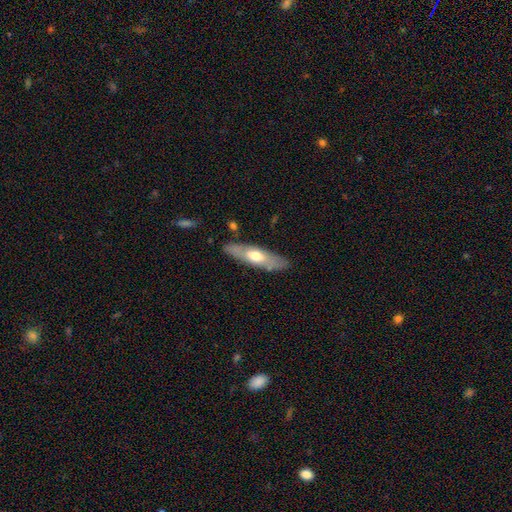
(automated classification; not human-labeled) This is possibly a smooth galaxy (49%). Merging: clearly none (81%).